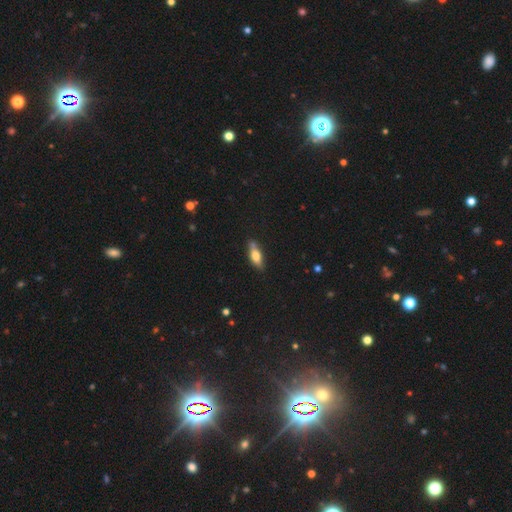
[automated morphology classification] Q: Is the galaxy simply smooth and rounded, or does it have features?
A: smooth — 63%.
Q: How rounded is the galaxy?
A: in between — 64%.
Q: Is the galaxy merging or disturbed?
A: none — 75%.